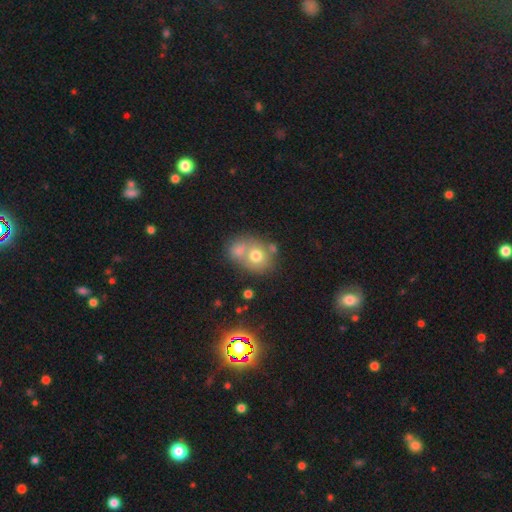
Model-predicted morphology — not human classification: A smooth galaxy with no disk features (68%) that is round (67%).

Vote fractions:
- Smooth or featured? smooth: 68% / featured or disk: 21% / star or artifact: 11%
- How rounded? round: 67% / in between: 32% / cigar-shaped: 1%
- Merging? merger: 46% / none: 38% / minor disturbance: 11% / major disturbance: 5%